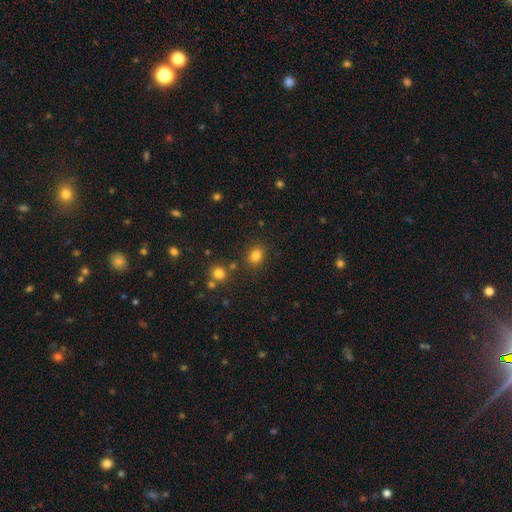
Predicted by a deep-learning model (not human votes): Smooth or featured? smooth (82%)
How rounded? round (55%)
Merging? none (82%)